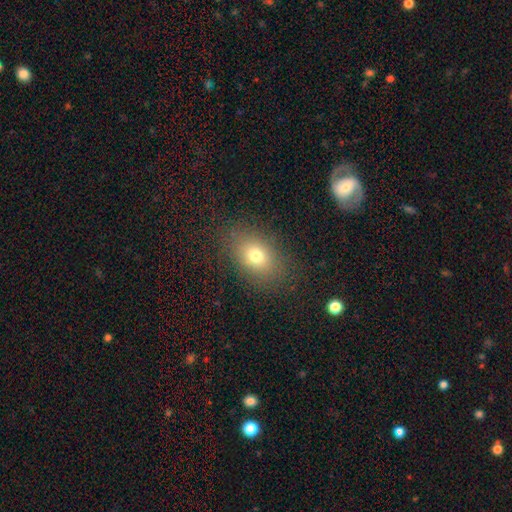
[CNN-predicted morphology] Smooth or featured: smooth — 74% (star or artifact — 13%)
How rounded: in between — 76% (round — 22%)
Merging: none — 83% (minor disturbance — 11%)